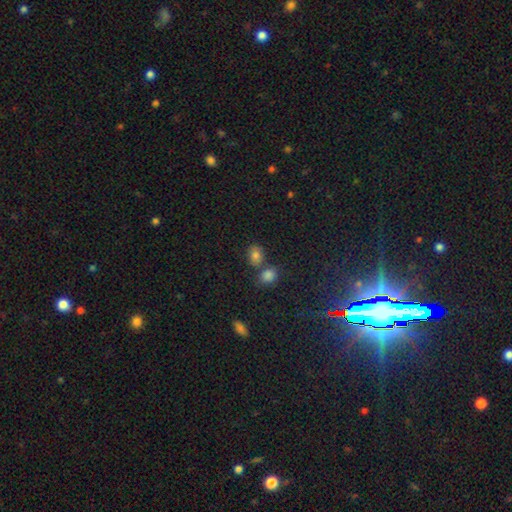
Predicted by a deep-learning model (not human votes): A smooth galaxy with no disk features (78%) that is in between round and cigar-shaped (51%). Merging: none (59%).